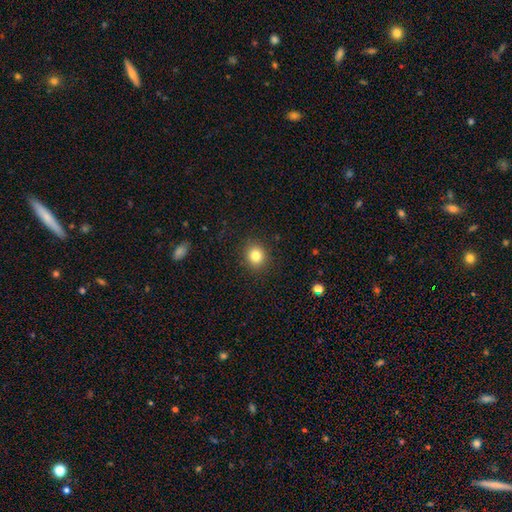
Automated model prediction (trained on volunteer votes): Morphology: type=smooth (82%); roundness=round (80%); merging=none (90%).